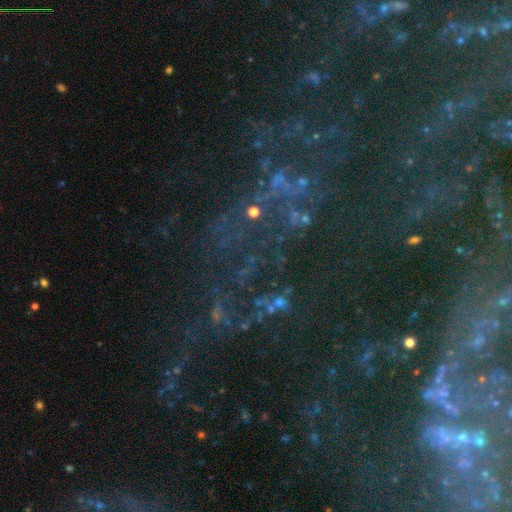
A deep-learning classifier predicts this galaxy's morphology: This is likely a star or artifact rather than a galaxy (60%).